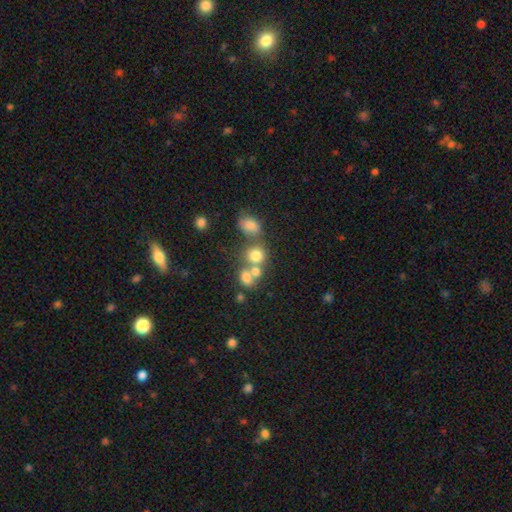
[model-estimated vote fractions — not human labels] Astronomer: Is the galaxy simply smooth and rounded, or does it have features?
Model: smooth — 72%.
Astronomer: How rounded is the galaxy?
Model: round — 75%.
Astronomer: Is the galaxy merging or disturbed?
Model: merger — 45% (runner-up: none, 41%).